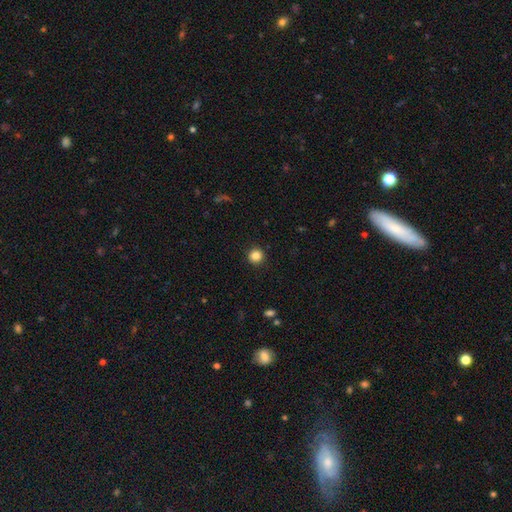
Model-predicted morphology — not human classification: type=smooth (85%); roundness=round (95%); merging=none (93%).